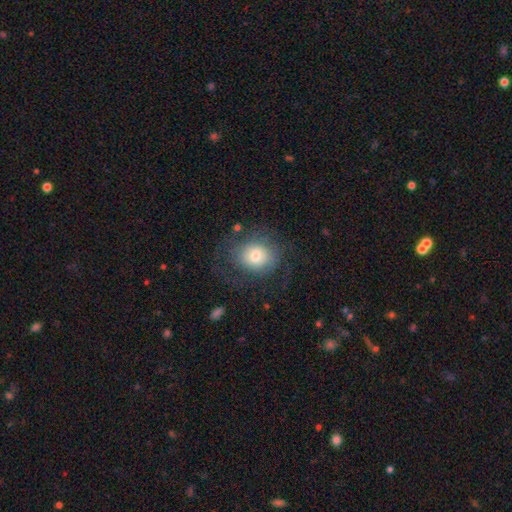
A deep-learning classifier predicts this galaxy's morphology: This appears to be a smooth galaxy with no disk features (56%) that is round (64%). Merging: none (60%).